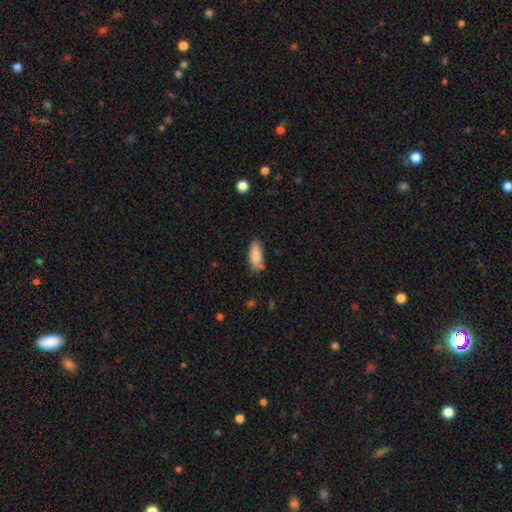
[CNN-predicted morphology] Q: Smooth or featured?
A: smooth (84%); runner-up: featured or disk (9%)
Q: How rounded?
A: in between (79%); runner-up: cigar-shaped (19%)
Q: Merging?
A: none (73%); runner-up: minor disturbance (18%)